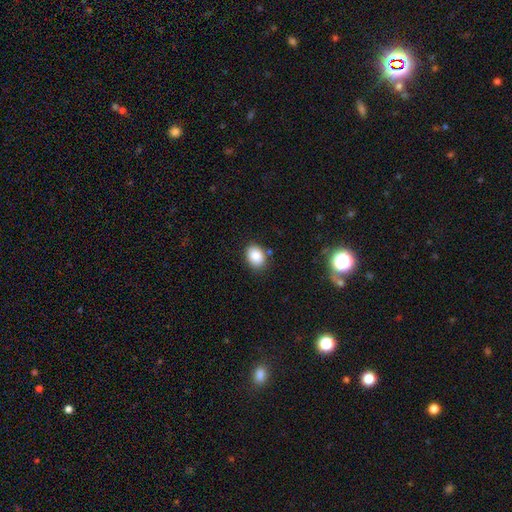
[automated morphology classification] The model was most divided on "how rounded": in between: 68%, round: 31%, cigar-shaped: 1%. More confident: smooth or featured — smooth (87%); merging — none (82%).